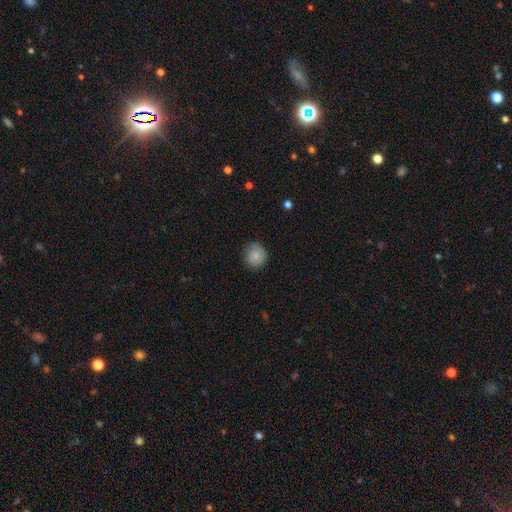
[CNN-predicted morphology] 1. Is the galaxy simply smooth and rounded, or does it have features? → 83% smooth, 8% featured or disk, 8% star or artifact.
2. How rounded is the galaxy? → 91% round, 8% in between, 1% cigar-shaped.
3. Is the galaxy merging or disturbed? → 85% none, 12% minor disturbance, 3% major disturbance, 1% merger.